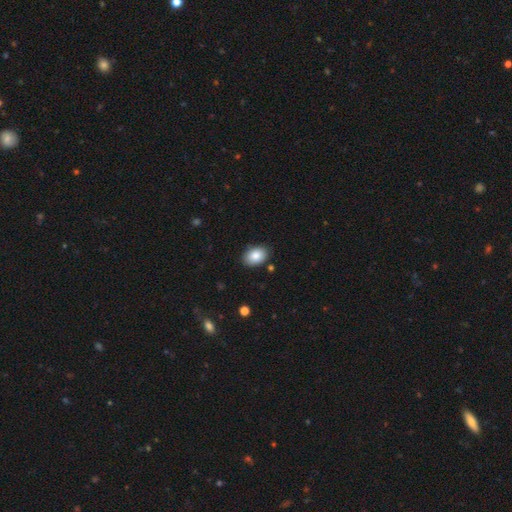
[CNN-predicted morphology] smooth_or_featured: smooth (p=0.85) [alt: star or artifact p=0.08]
how_rounded: in between (p=0.79) [alt: round p=0.20]
merging: none (p=0.86) [alt: minor disturbance p=0.10]